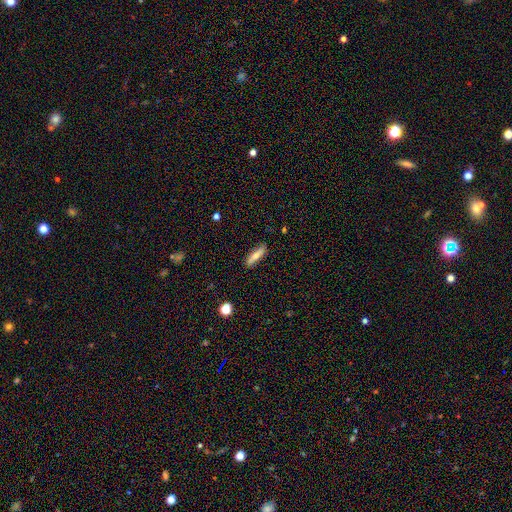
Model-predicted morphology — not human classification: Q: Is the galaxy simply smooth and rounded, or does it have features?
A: smooth — 64%.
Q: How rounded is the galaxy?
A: cigar-shaped — 71%.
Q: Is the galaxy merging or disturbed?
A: none — 84%.